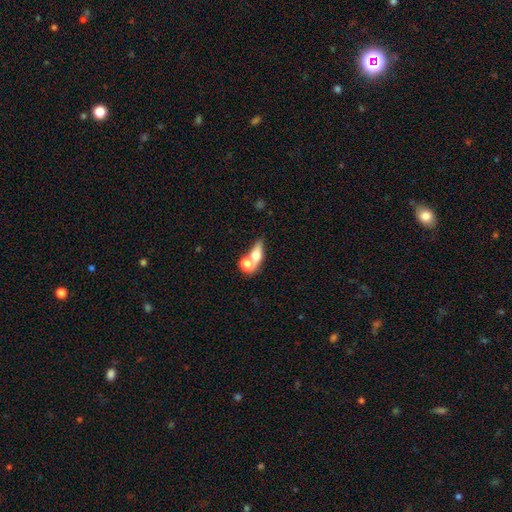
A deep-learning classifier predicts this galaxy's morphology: Smooth or featured? smooth (62%)
How rounded? in between (52%)
Merging? merger (55%)